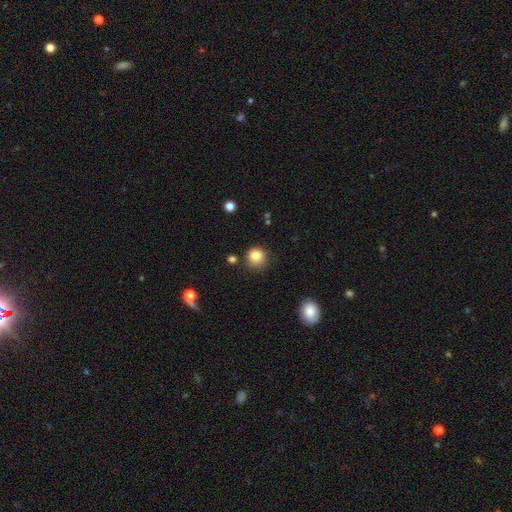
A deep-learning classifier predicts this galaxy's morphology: Overall: smooth (84%). How rounded: round (90%). Merging: none (79%).